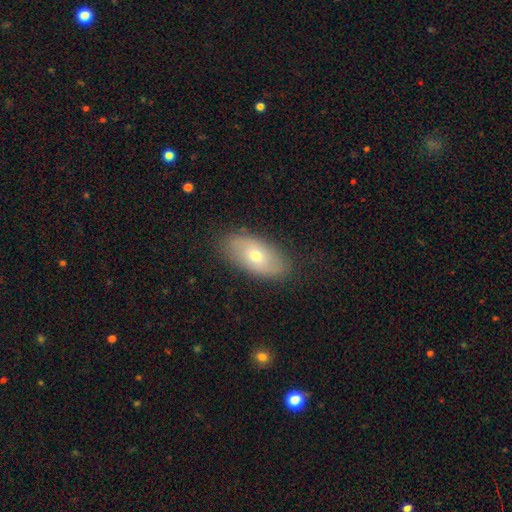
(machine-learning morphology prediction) smooth-or-featured: smooth: 61% | featured or disk: 32% | star or artifact: 7%
  how-rounded: in between: 92% | cigar-shaped: 4% | round: 4%
  merging: none: 85% | minor disturbance: 12% | major disturbance: 3% | merger: 1%